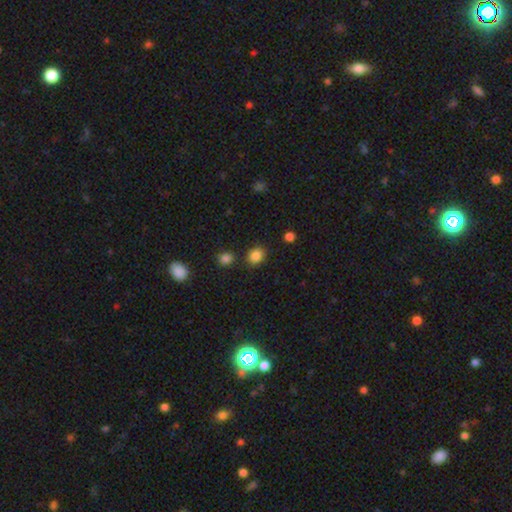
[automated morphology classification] Smooth or featured? smooth (85%)
How rounded? round (60%)
Merging? none (82%)